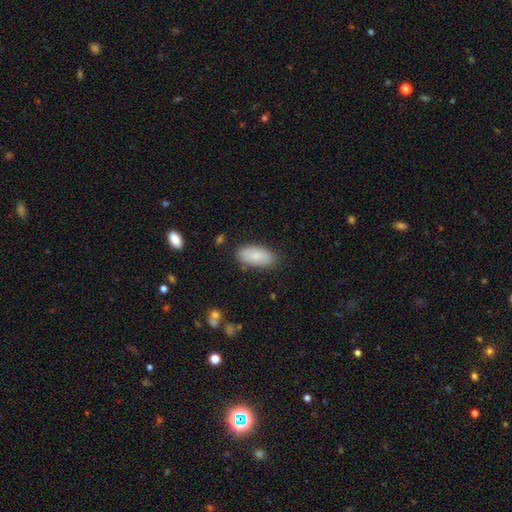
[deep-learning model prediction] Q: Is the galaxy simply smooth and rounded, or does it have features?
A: smooth — 83%.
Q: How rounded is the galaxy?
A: in between — 91%.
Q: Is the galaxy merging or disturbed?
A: none — 81%.